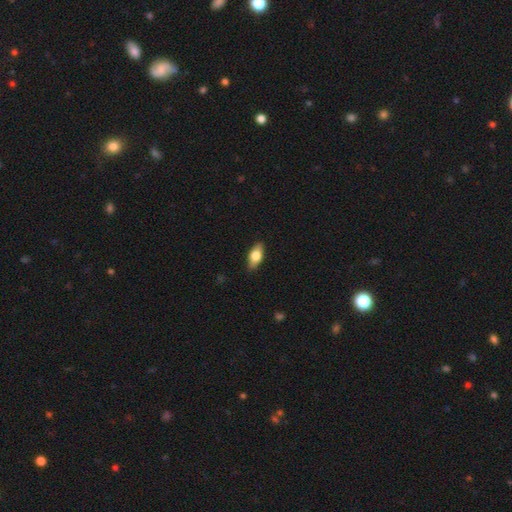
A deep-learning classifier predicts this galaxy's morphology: A smooth galaxy with no disk features (68%) that is in between round and cigar-shaped (83%).

Vote fractions:
- Smooth or featured? smooth: 68% / featured or disk: 26% / star or artifact: 6%
- How rounded? in between: 83% / cigar-shaped: 12% / round: 4%
- Merging? none: 87% / minor disturbance: 10% / major disturbance: 2% / merger: 1%